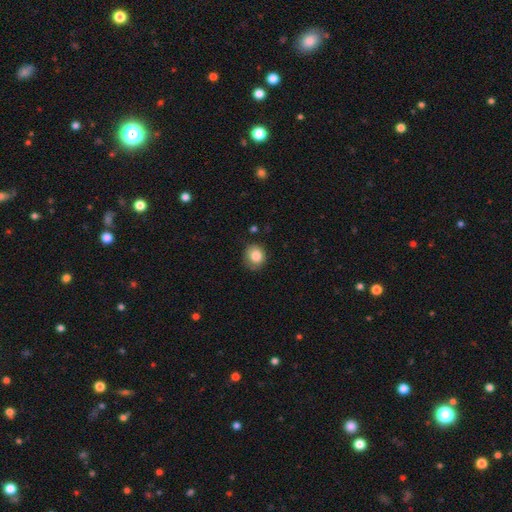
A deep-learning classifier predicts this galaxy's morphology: Smooth or featured?
  - smooth: 84% *
  - star or artifact: 8%
  - featured or disk: 8%
How rounded?
  - round: 75% *
  - in between: 24%
  - cigar-shaped: 1%
Merging?
  - none: 68% *
  - minor disturbance: 24%
  - major disturbance: 6%
  - merger: 2%